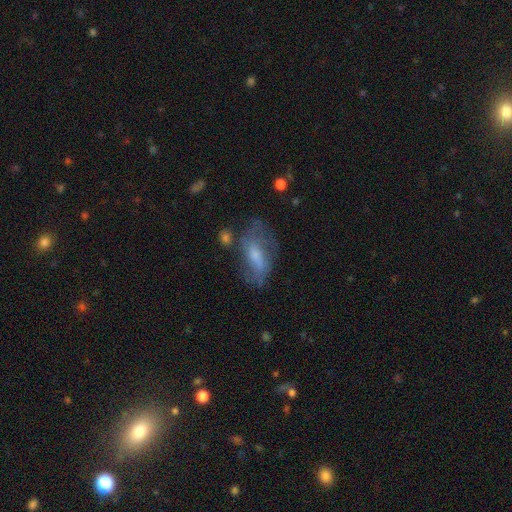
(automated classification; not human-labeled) smooth-or-featured: featured or disk: 52% | smooth: 38% | star or artifact: 10%
  disk-edge-on: no: 90% | yes: 10%
  merging: none: 53% | minor disturbance: 24% | major disturbance: 18% | merger: 5%